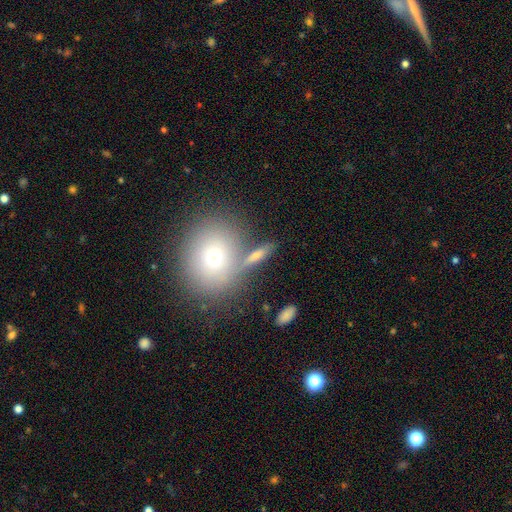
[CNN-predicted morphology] smooth-or-featured: smooth: 62% | featured or disk: 26% | star or artifact: 12%
  how-rounded: in between: 45% | cigar-shaped: 37% | round: 18%
  merging: none: 67% | merger: 17% | minor disturbance: 11% | major disturbance: 5%